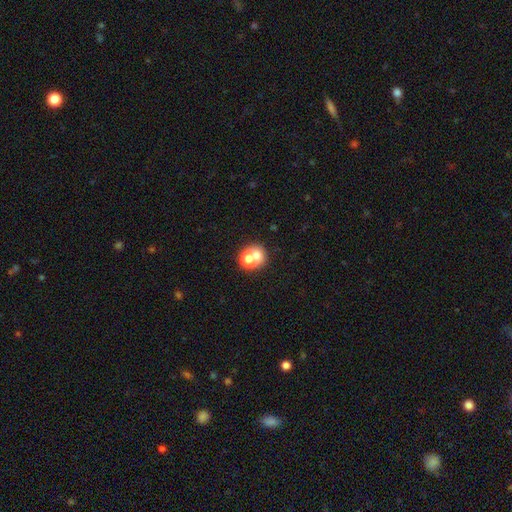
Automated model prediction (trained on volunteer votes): Smooth or featured?
  - smooth: 66% *
  - featured or disk: 20%
  - star or artifact: 14%
How rounded?
  - round: 73% *
  - in between: 26%
  - cigar-shaped: 1%
Merging?
  - merger: 52% *
  - none: 37%
  - minor disturbance: 7%
  - major disturbance: 4%